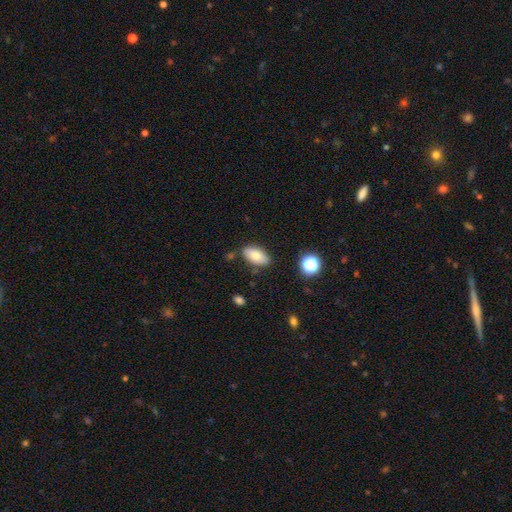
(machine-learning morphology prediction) This is likely a smooth galaxy (79%). How rounded: clearly in between (92%). Merging: clearly none (81%).